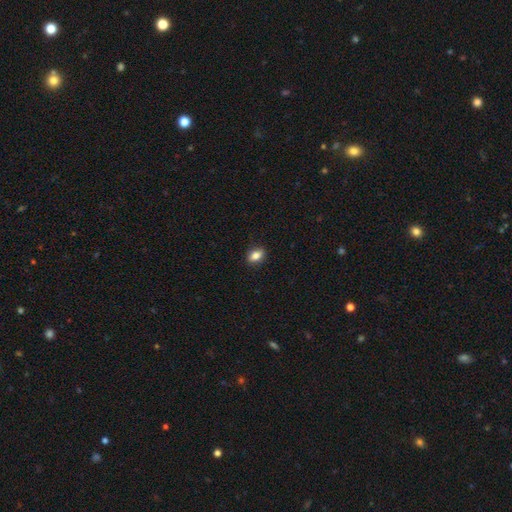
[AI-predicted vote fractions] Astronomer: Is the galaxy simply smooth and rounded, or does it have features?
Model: smooth — 84%.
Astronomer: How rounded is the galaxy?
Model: in between — 76%.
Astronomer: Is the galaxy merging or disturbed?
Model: none — 88%.